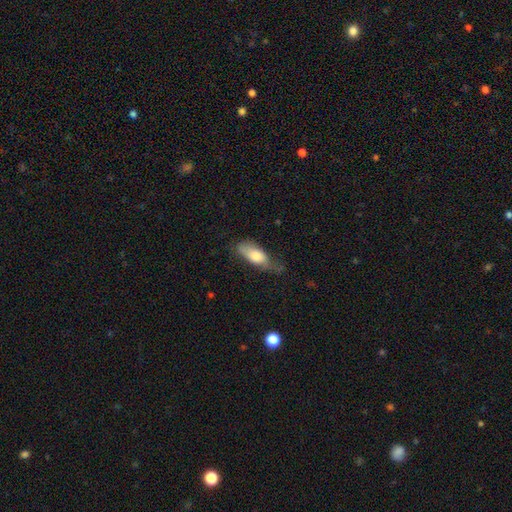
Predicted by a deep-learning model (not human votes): Smooth or featured: smooth — 73% (featured or disk — 20%)
How rounded: in between — 76% (cigar-shaped — 21%)
Merging: none — 45% (minor disturbance — 36%)